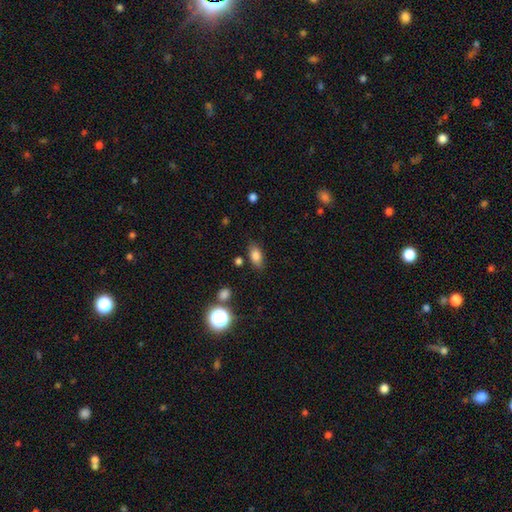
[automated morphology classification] The model was most divided on "merging": none: 81%, minor disturbance: 13%, major disturbance: 3%, merger: 3%. More confident: how rounded — in between (86%); smooth or featured — smooth (81%).